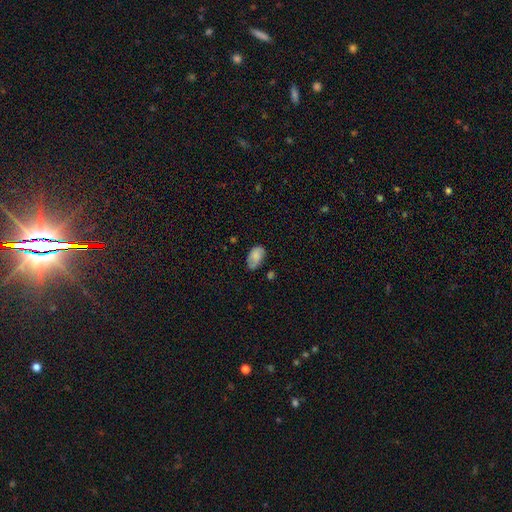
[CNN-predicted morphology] A smooth galaxy with no disk features (77%) that is in between round and cigar-shaped (92%). Merging: none (69%).